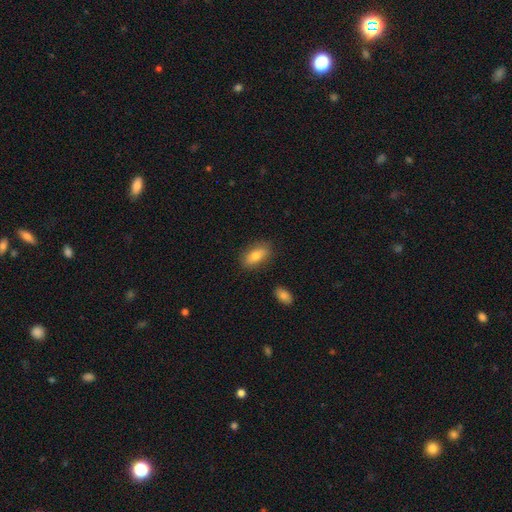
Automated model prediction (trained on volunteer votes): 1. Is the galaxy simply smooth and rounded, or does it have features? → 75% smooth, 18% featured or disk, 7% star or artifact.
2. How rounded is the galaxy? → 85% in between, 10% cigar-shaped, 5% round.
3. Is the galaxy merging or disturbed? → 84% none, 11% minor disturbance, 3% major disturbance, 2% merger.